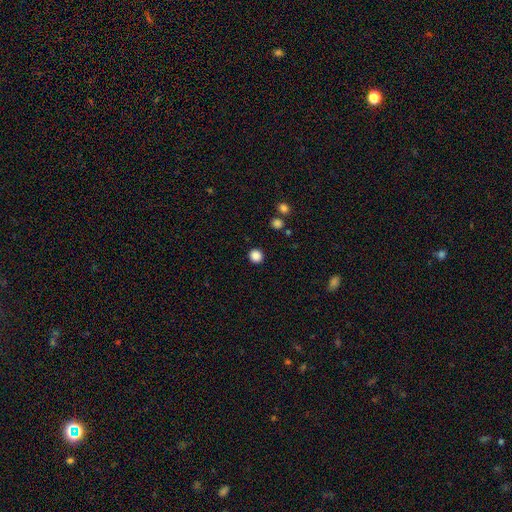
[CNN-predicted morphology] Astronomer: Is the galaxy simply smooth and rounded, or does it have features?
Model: smooth — 87%.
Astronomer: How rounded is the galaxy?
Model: round — 89%.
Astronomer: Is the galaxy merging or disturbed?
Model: none — 91%.